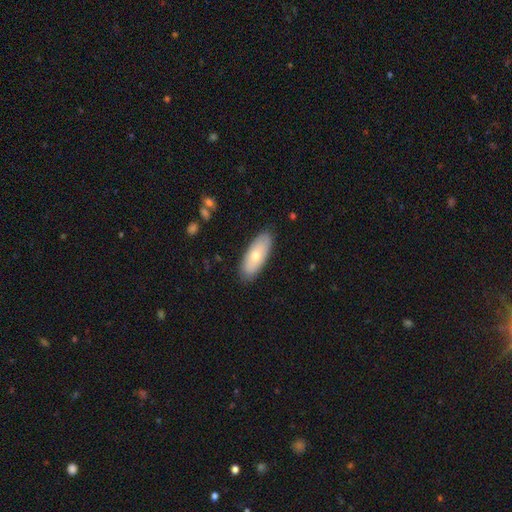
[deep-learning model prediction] Morphology: type=smooth (64%); roundness=in between (79%); merging=none (87%).